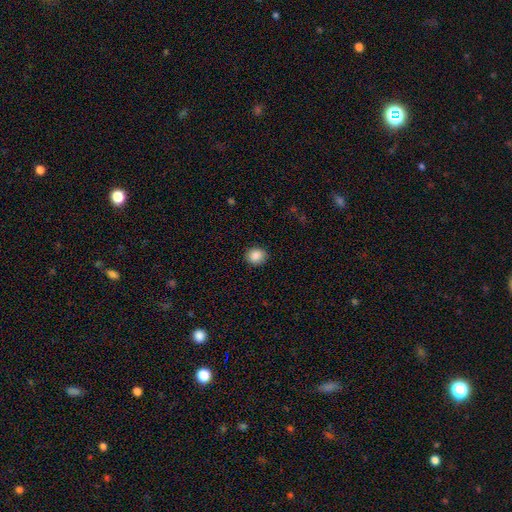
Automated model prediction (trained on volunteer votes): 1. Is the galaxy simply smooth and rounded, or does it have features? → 87% smooth, 9% star or artifact, 4% featured or disk.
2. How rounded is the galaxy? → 74% round, 25% in between, 1% cigar-shaped.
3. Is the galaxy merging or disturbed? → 89% none, 8% minor disturbance, 2% major disturbance, 1% merger.